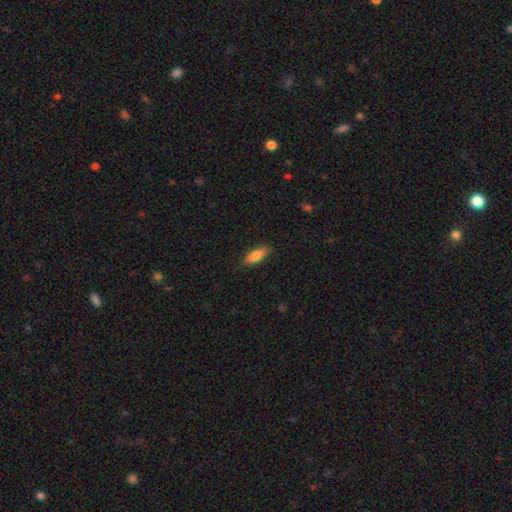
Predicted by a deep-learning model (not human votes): Q: Smooth or featured?
A: smooth (81%); runner-up: featured or disk (13%)
Q: How rounded?
A: in between (62%); runner-up: cigar-shaped (36%)
Q: Merging?
A: none (84%); runner-up: minor disturbance (12%)